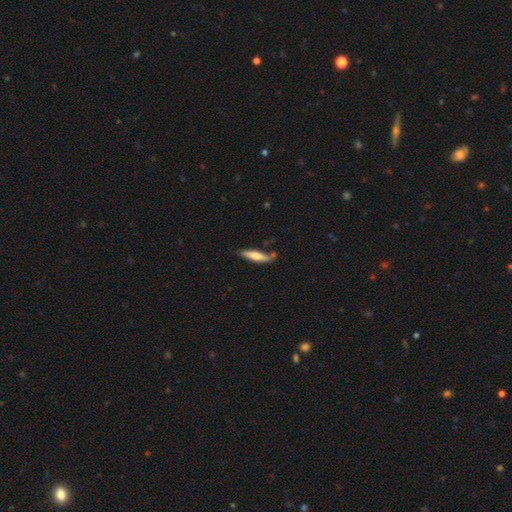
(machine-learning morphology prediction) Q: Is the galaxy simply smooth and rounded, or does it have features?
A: smooth — 63%.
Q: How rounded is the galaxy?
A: cigar-shaped — 80%.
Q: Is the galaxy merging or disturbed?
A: none — 72%.